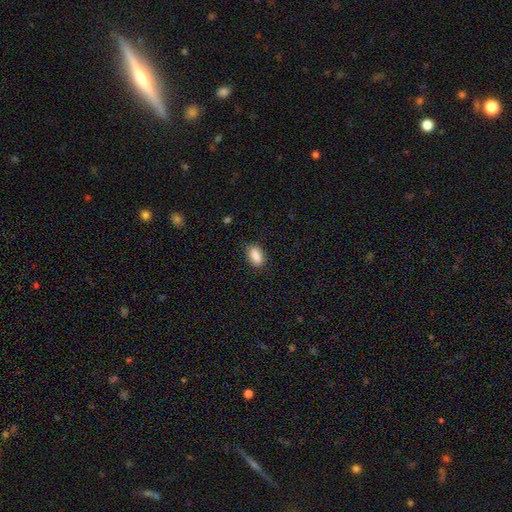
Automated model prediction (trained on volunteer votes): This appears to be a smooth galaxy with no disk features (87%) that is in between round and cigar-shaped (87%). Merging: none (82%).